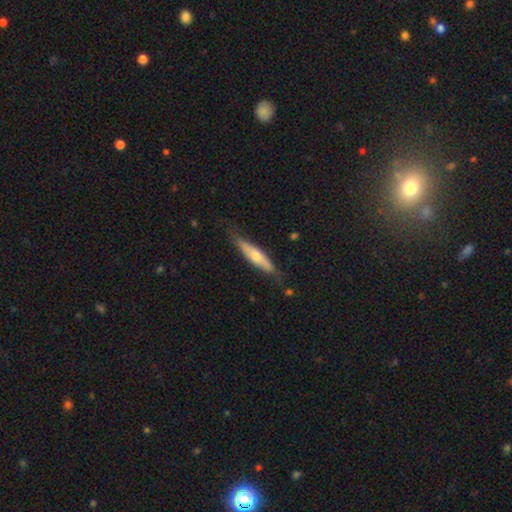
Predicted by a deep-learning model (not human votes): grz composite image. It shows a featured or disk galaxy (48%). Merging: none (73%).